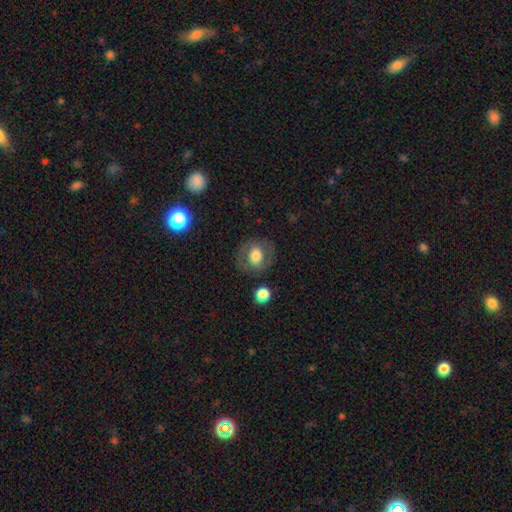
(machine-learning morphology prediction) This is possibly a smooth galaxy (60%). How rounded: likely round (66%). Merging: likely none (79%).